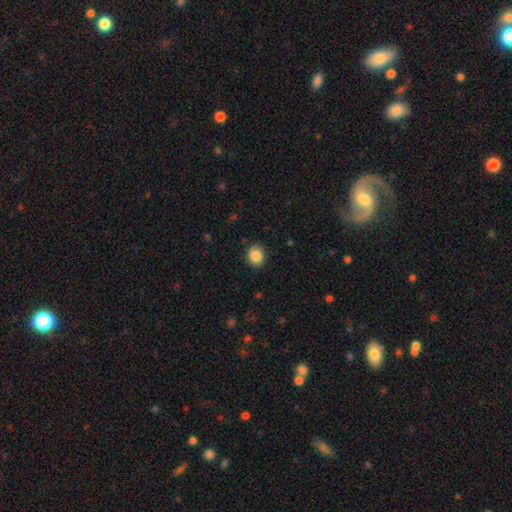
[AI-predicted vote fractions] This is clearly a smooth galaxy (86%). How rounded: likely round (70%). Merging: clearly none (88%).